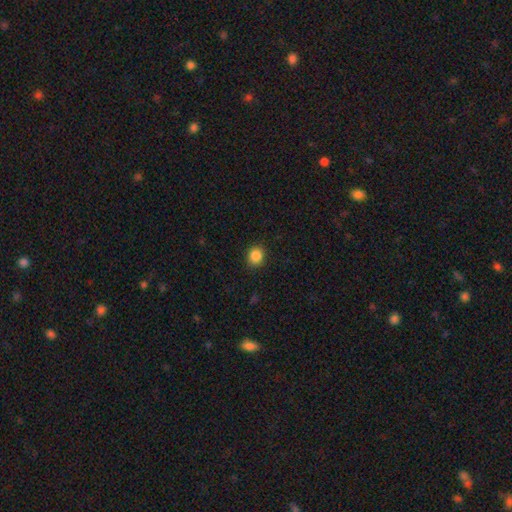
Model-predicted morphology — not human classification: smooth-or-featured: smooth: 87% | star or artifact: 10% | featured or disk: 3%
  how-rounded: round: 73% | in between: 26% | cigar-shaped: 1%
  merging: none: 90% | minor disturbance: 7% | major disturbance: 2% | merger: 1%